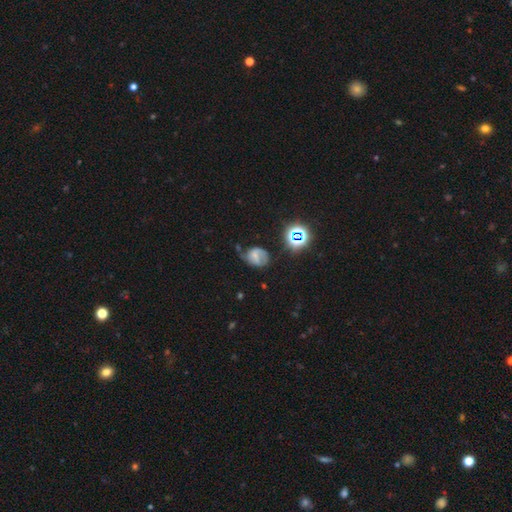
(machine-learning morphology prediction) A featured or disk galaxy (51%).

Vote fractions:
- Smooth or featured? featured or disk: 51% / smooth: 33% / star or artifact: 16%
- Edge-on disk? no: 97% / yes: 3%
- Merging? none: 44% / minor disturbance: 31% / major disturbance: 20% / merger: 5%